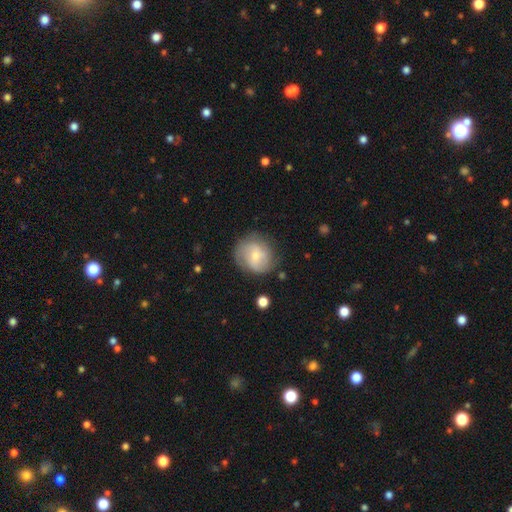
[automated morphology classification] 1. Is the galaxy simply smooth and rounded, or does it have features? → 51% smooth, 42% featured or disk, 7% star or artifact.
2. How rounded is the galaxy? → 83% round, 16% in between, 1% cigar-shaped.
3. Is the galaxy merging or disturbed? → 72% none, 19% minor disturbance, 7% major disturbance, 2% merger.